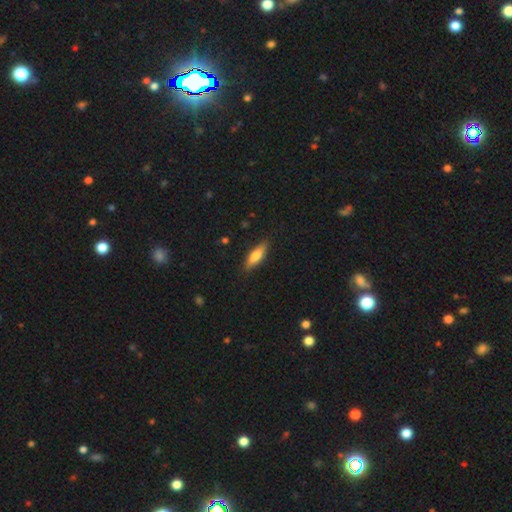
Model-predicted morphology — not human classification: Smooth or featured?
  - smooth: 68% *
  - featured or disk: 26%
  - star or artifact: 6%
How rounded?
  - cigar-shaped: 52% *
  - in between: 46%
  - round: 2%
Merging?
  - none: 86% *
  - minor disturbance: 10%
  - major disturbance: 2%
  - merger: 1%